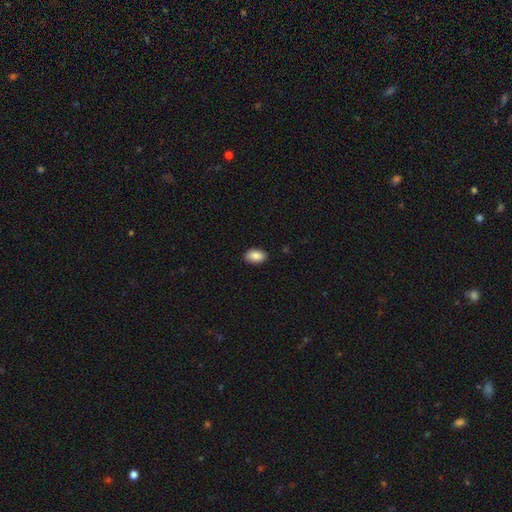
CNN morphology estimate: Smooth or featured? smooth (88%)
How rounded? in between (90%)
Merging? none (89%)